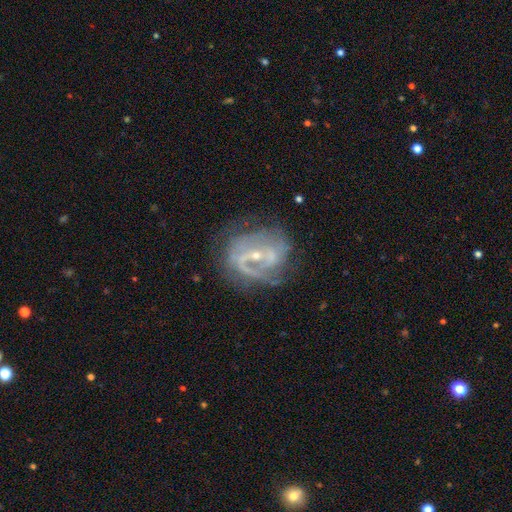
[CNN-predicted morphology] type=featured or disk (82%); edge-on=no (96%); bar=strong (39%, tied with weak); spiral arms=yes (80%); winding=tight (45%); arm count=2 (44%); bulge=small (65%); merging=none (57%).